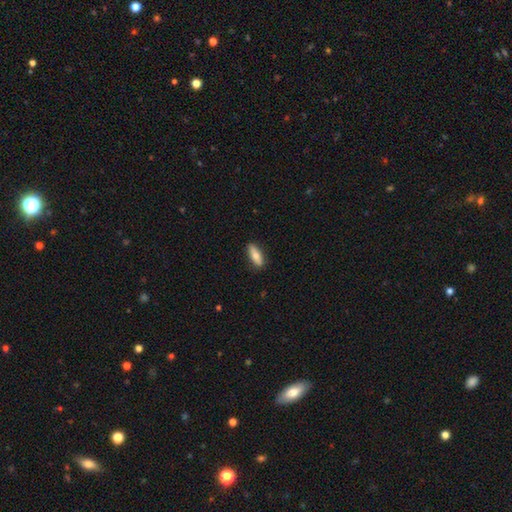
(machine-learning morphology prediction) This is likely a smooth galaxy (72%). How rounded: possibly in between (57%). Merging: clearly none (86%).